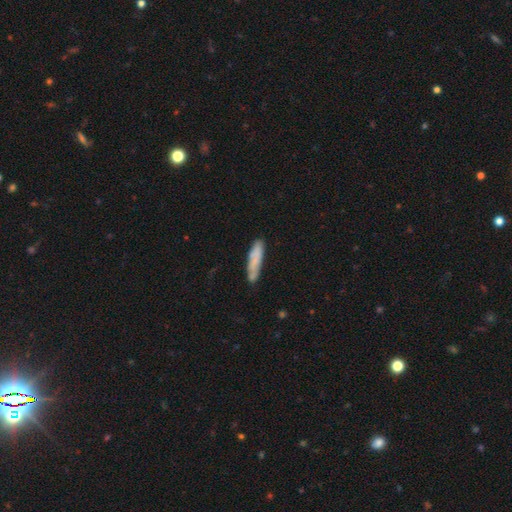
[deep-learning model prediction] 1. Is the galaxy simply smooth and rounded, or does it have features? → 71% smooth, 22% featured or disk, 7% star or artifact.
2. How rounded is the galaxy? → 77% cigar-shaped, 22% in between, 2% round.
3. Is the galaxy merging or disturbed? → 69% none, 21% minor disturbance, 5% merger, 5% major disturbance.